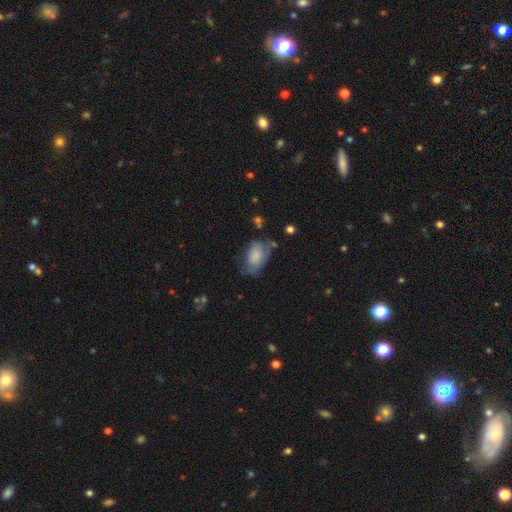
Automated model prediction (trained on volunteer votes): Smooth or featured? smooth (71%)
How rounded? in between (90%)
Merging? none (43%)